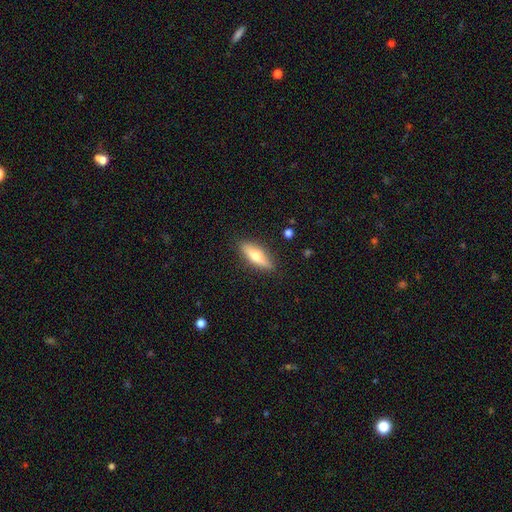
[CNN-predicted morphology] The model was most divided on "smooth or featured": smooth: 50%, featured or disk: 43%, star or artifact: 6%. More confident: merging — none (87%); how rounded — cigar-shaped (56%).